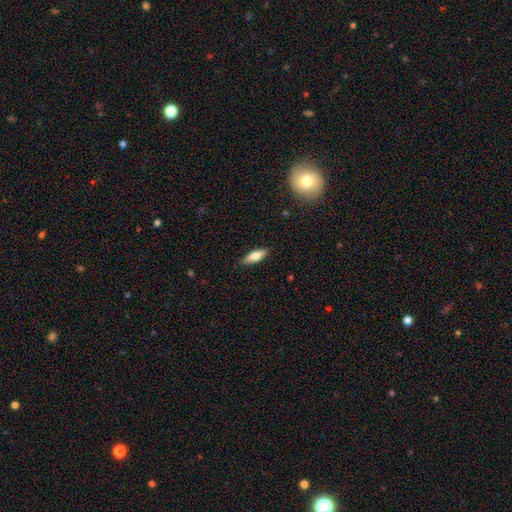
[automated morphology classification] This is likely a smooth galaxy (66%). How rounded: possibly in between (58%). Merging: clearly none (88%).